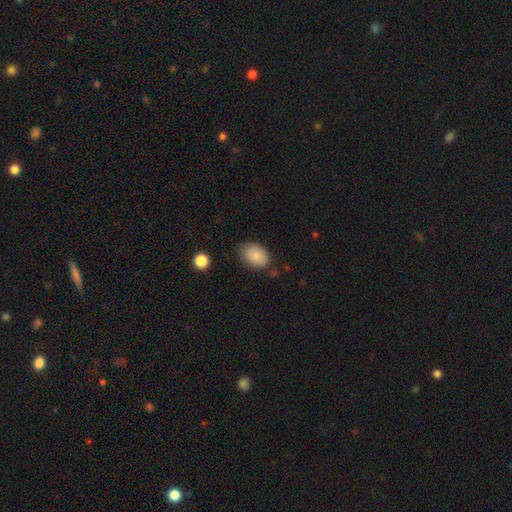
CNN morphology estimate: Smooth or featured: smooth — 87% (star or artifact — 8%)
How rounded: in between — 83% (round — 16%)
Merging: none — 76% (minor disturbance — 18%)